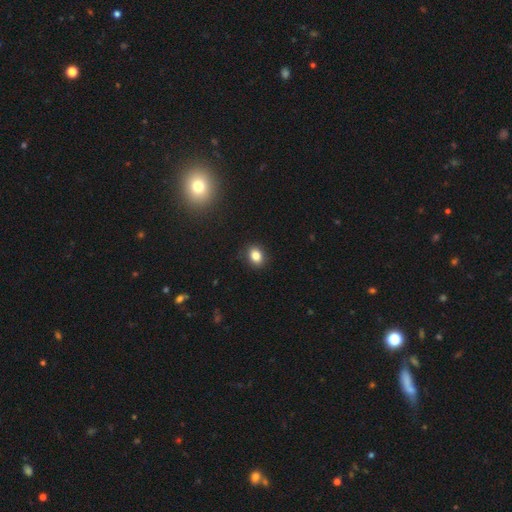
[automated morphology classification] The model was most divided on "how rounded": in between: 61%, round: 38%, cigar-shaped: 1%. More confident: merging — none (88%); smooth or featured — smooth (84%).